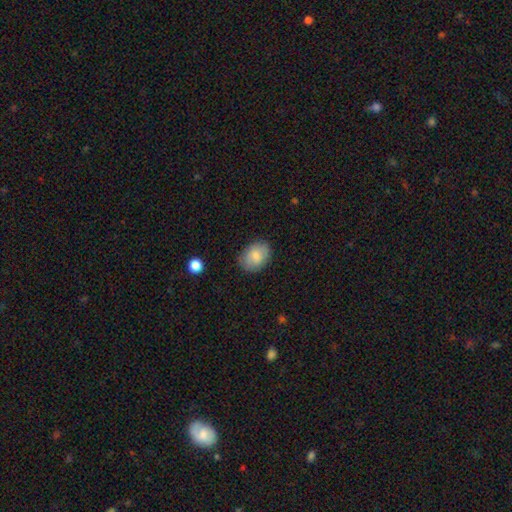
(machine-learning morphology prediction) Smooth or featured: smooth — 81% (featured or disk — 12%)
How rounded: in between — 73% (round — 26%)
Merging: none — 81% (minor disturbance — 14%)